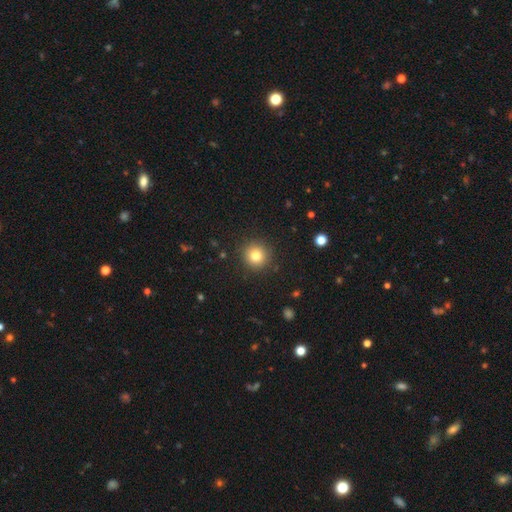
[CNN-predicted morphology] A smooth galaxy with no disk features (81%) that is round (94%). Merging: none (91%).